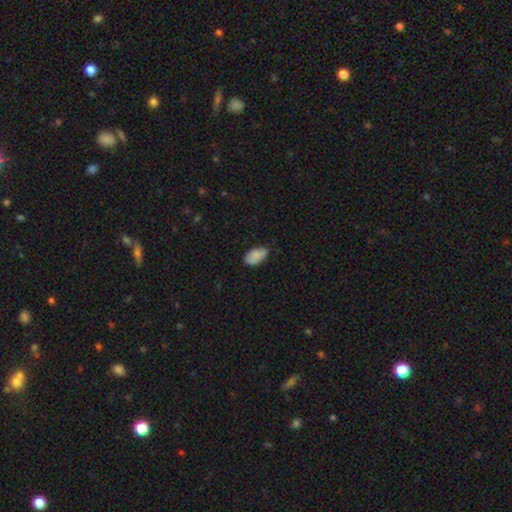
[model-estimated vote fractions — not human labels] Smooth or featured? Predicted: smooth (p=0.87). How rounded? Predicted: in between (p=0.94). Merging? Predicted: none (p=0.73).